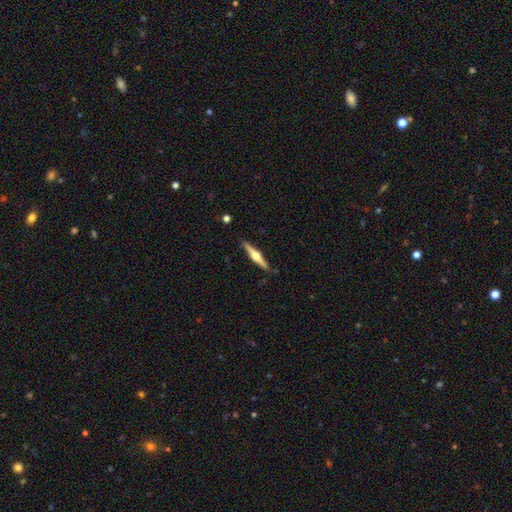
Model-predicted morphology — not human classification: Q: Smooth or featured?
A: featured or disk (72%); runner-up: smooth (23%)
Q: Edge-on disk?
A: yes (98%); runner-up: no (2%)
Q: Edge-on bulge?
A: rounded (94%); runner-up: boxy (3%)
Q: Merging?
A: none (89%); runner-up: minor disturbance (8%)